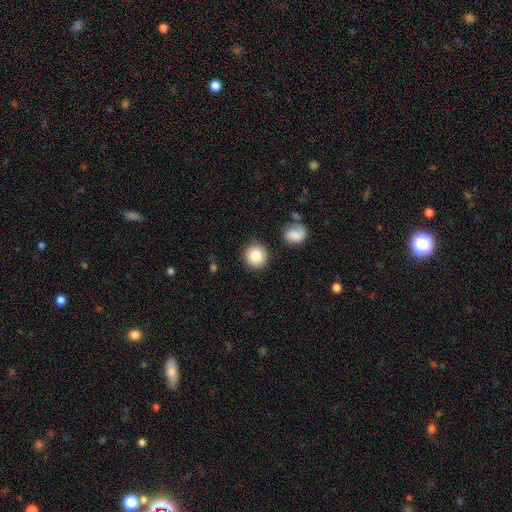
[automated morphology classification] Q: Smooth or featured?
A: smooth (85%); runner-up: star or artifact (8%)
Q: How rounded?
A: round (93%); runner-up: in between (6%)
Q: Merging?
A: none (85%); runner-up: minor disturbance (8%)